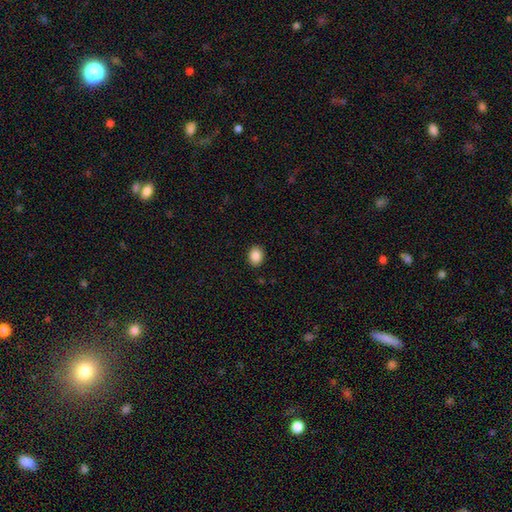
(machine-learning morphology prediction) Overall: smooth (87%). How rounded: in between (55%; round 44%). Merging: none (90%).